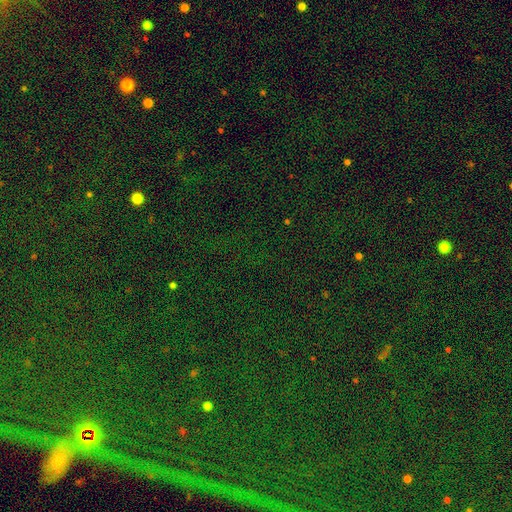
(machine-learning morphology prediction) Smooth or featured?
  - star or artifact: 81% *
  - smooth: 12%
  - featured or disk: 7%